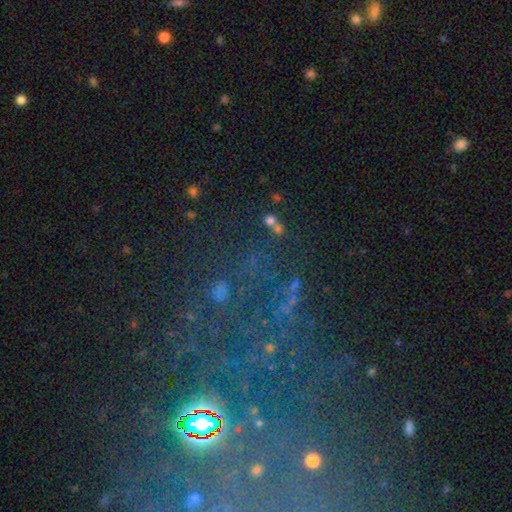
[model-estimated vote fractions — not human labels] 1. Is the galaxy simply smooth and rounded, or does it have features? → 60% star or artifact, 21% featured or disk, 19% smooth.